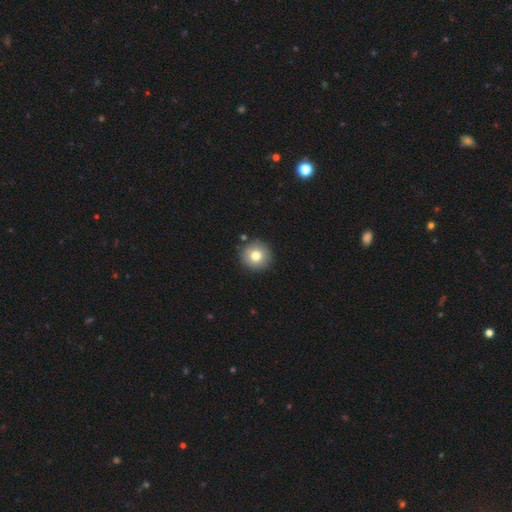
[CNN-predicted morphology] This is likely a smooth galaxy (78%). How rounded: clearly round (94%). Merging: clearly none (89%).